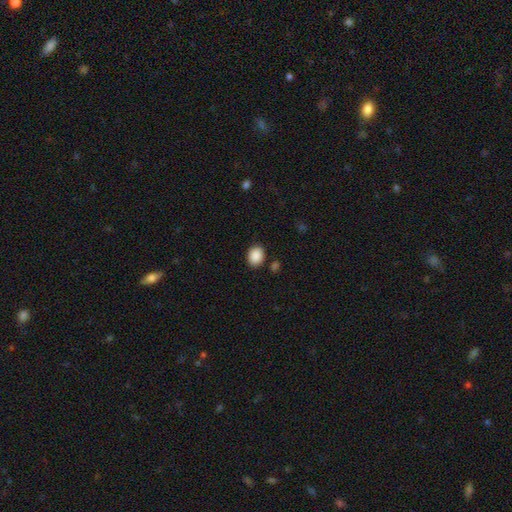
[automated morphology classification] The model was most divided on "how rounded": in between: 61%, round: 38%, cigar-shaped: 1%. More confident: smooth or featured — smooth (89%); merging — none (84%).